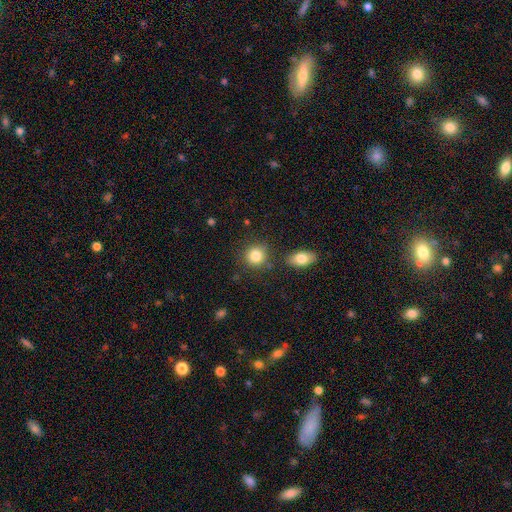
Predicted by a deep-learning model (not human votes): This is clearly a smooth galaxy (84%). How rounded: clearly round (83%). Merging: likely none (79%).